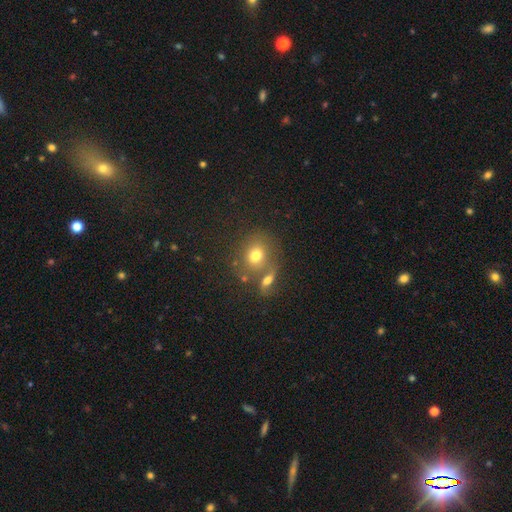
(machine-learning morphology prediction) This appears to be a smooth galaxy with no disk features (72%) that is round (62%). Merging: none (52%).